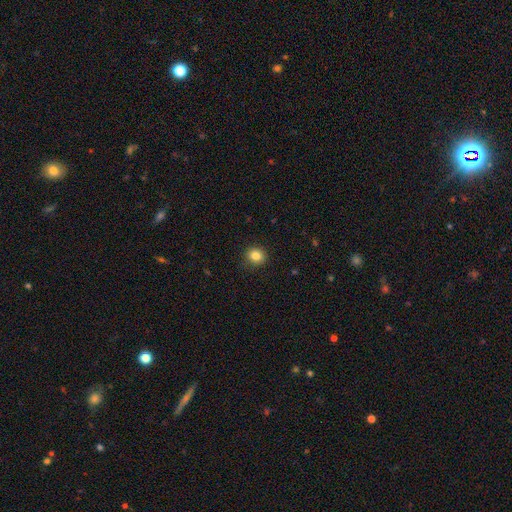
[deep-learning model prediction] Smooth or featured: smooth — 84% (star or artifact — 10%)
How rounded: round — 81% (in between — 18%)
Merging: none — 90% (minor disturbance — 7%)